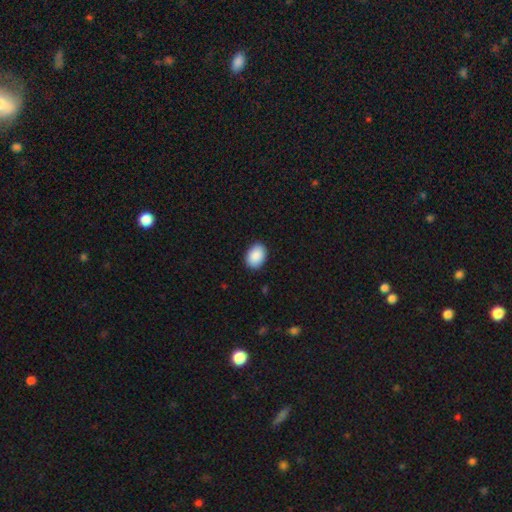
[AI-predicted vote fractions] smooth 90%, star or artifact 6%, featured or disk 3%. Down the decision tree: how rounded — in between (79%); merging — none (89%).